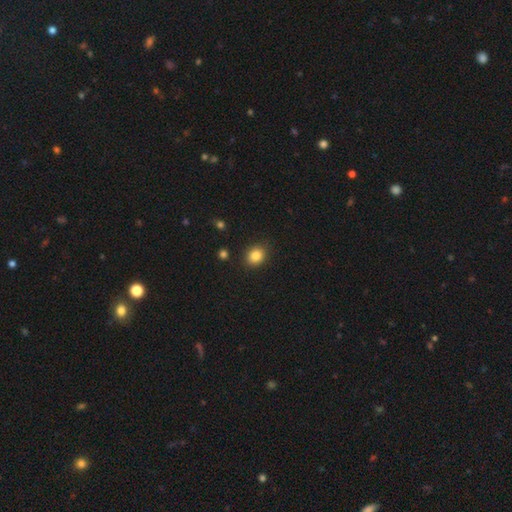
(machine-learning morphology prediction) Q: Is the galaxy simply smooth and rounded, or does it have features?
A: smooth — 85%.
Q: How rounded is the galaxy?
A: round — 59%.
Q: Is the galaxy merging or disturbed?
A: none — 87%.